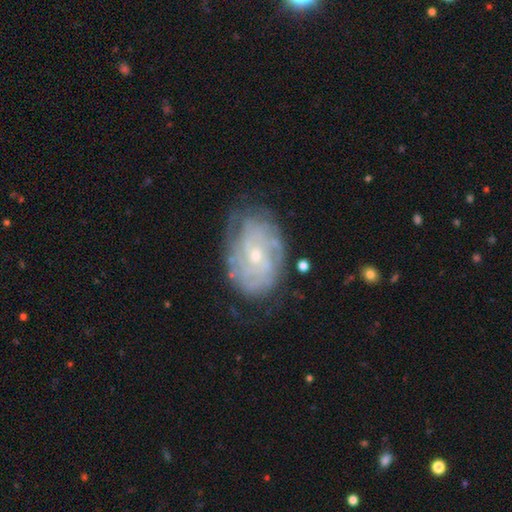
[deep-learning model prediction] The model was most divided on "bulge size": small: 65%, moderate: 32%, none: 2%, large: 1%, dominant: 1%. More confident: edge-on disk — no (96%); spiral arms — yes (89%); smooth or featured — featured or disk (79%); bar — no (73%); spiral winding — tight (71%); merging — none (70%); spiral arm count — can't tell (53%).